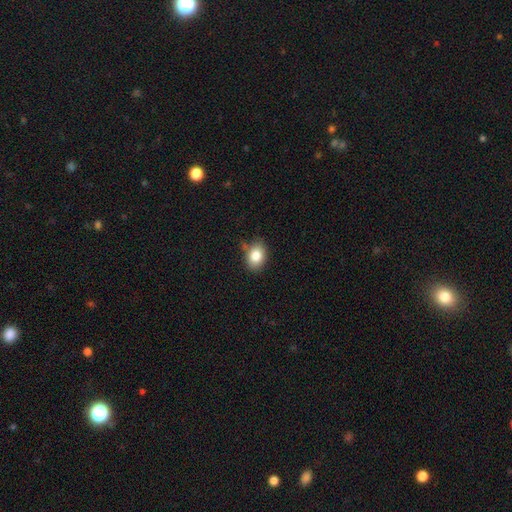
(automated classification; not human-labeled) Smooth or featured: smooth — 83% (star or artifact — 9%)
How rounded: in between — 71% (round — 28%)
Merging: none — 76% (minor disturbance — 17%)